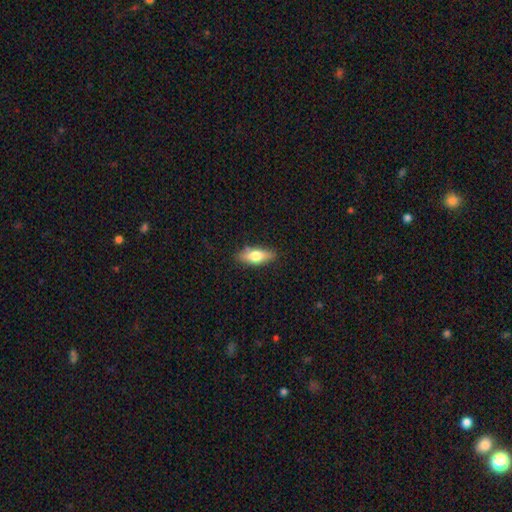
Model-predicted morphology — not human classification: Smooth or featured? smooth (67%)
How rounded? in between (67%)
Merging? none (83%)